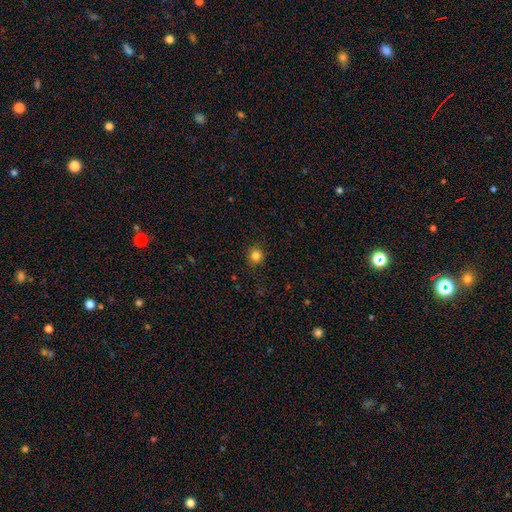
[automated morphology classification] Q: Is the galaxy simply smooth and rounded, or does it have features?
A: smooth — 83%.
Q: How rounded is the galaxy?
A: round — 91%.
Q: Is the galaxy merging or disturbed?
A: none — 90%.